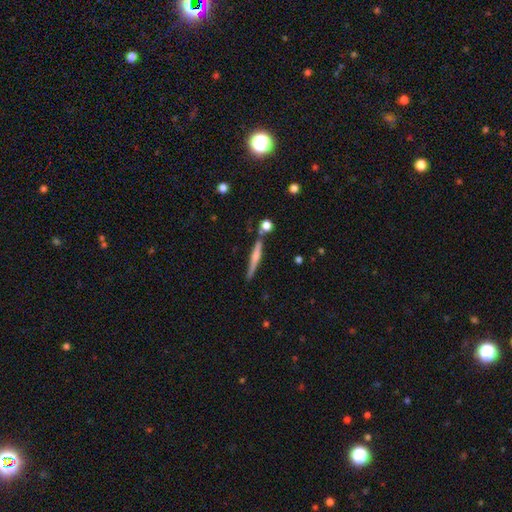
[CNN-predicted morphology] smooth_or_featured: featured or disk (p=0.62) [alt: smooth p=0.31]
disk_edge_on: yes (p=0.97) [alt: no p=0.03]
edge_on_bulge: rounded (p=0.68) [alt: none p=0.20]
merging: none (p=0.80) [alt: minor disturbance p=0.11]